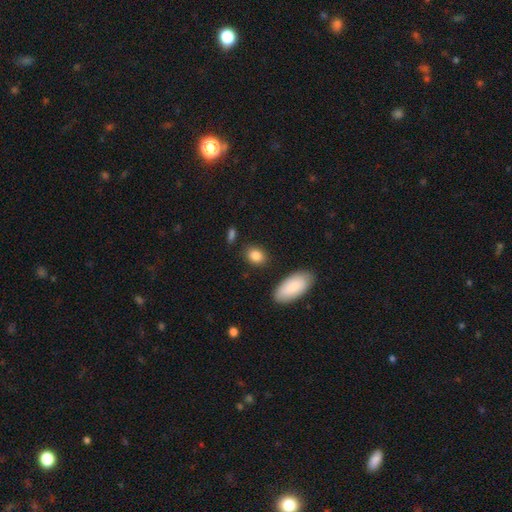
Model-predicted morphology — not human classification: A smooth galaxy with no disk features (86%) that is in between round and cigar-shaped (67%).

Vote fractions:
- Smooth or featured? smooth: 86% / star or artifact: 8% / featured or disk: 6%
- How rounded? in between: 67% / round: 31% / cigar-shaped: 2%
- Merging? none: 84% / minor disturbance: 10% / merger: 3% / major disturbance: 3%